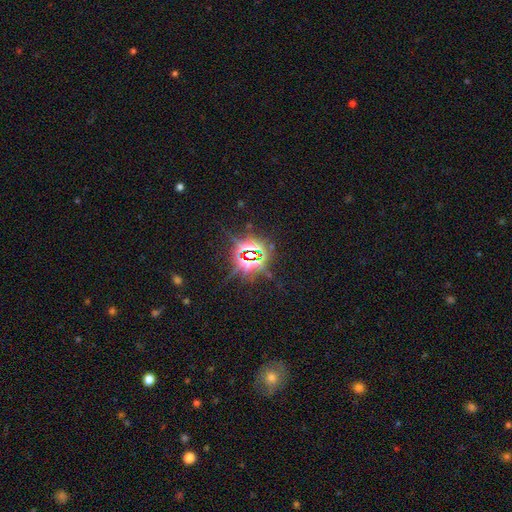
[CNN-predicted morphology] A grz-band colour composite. It shows a star or artifact, not a galaxy (84%).